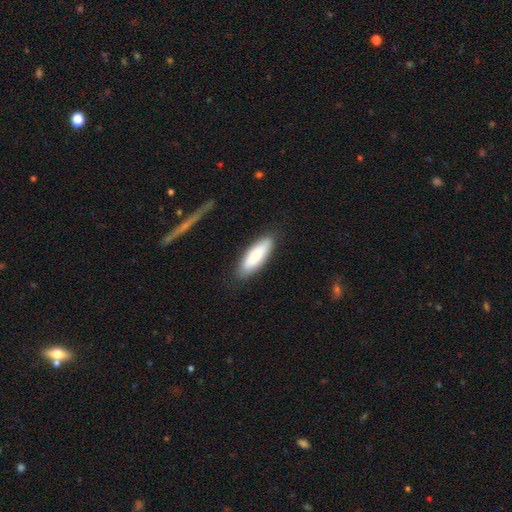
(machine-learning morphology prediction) A smooth galaxy with no disk features (81%) that is in between round and cigar-shaped (60%).

Vote fractions:
- Smooth or featured? smooth: 81% / featured or disk: 13% / star or artifact: 6%
- How rounded? in between: 60% / cigar-shaped: 38% / round: 2%
- Merging? none: 84% / minor disturbance: 12% / major disturbance: 3% / merger: 2%